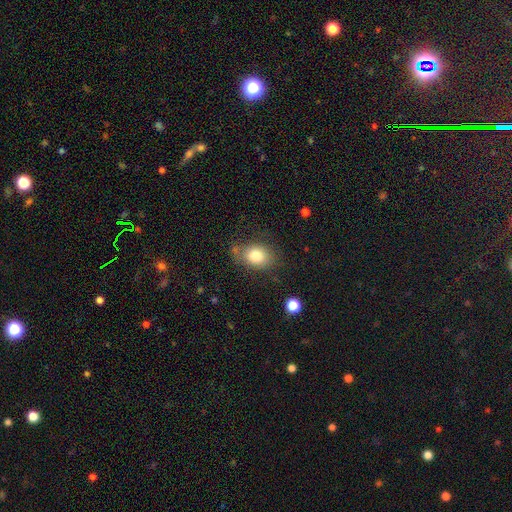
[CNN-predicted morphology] Overall: smooth (79%). How rounded: in between (59%; round 40%). Merging: none (70%).